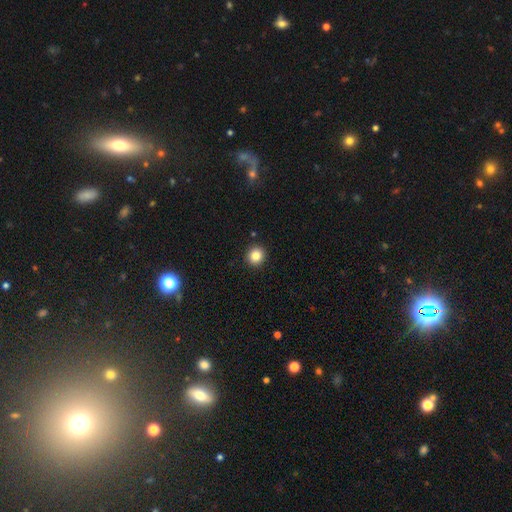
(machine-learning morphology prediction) A smooth galaxy with no disk features (84%) that is round (91%). Merging: none (92%).